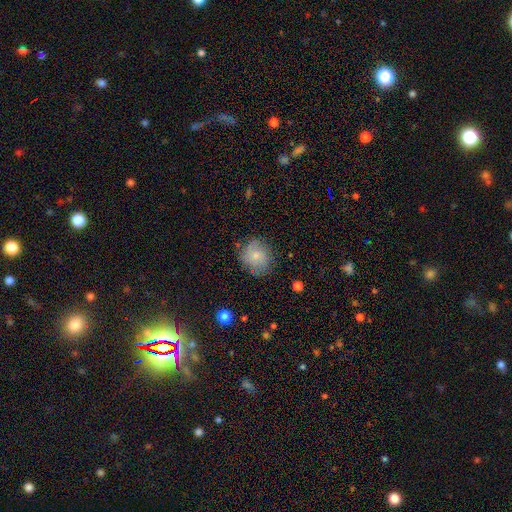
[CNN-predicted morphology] This is likely a smooth galaxy (63%). How rounded: likely round (79%). Merging: likely none (70%).